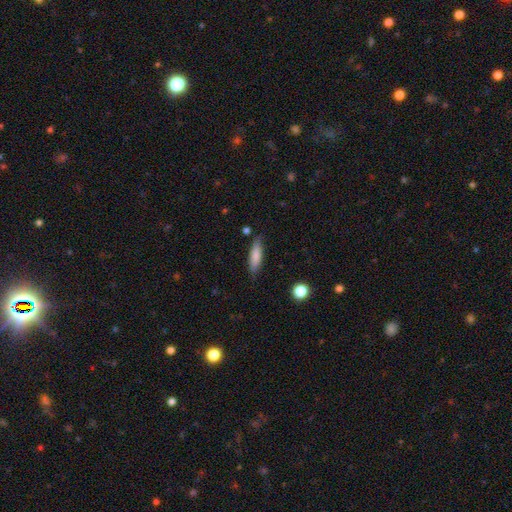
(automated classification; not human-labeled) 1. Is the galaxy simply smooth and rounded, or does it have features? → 81% smooth, 12% featured or disk, 6% star or artifact.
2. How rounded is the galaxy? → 60% cigar-shaped, 39% in between, 2% round.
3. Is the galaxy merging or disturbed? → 79% none, 15% minor disturbance, 3% major disturbance, 2% merger.